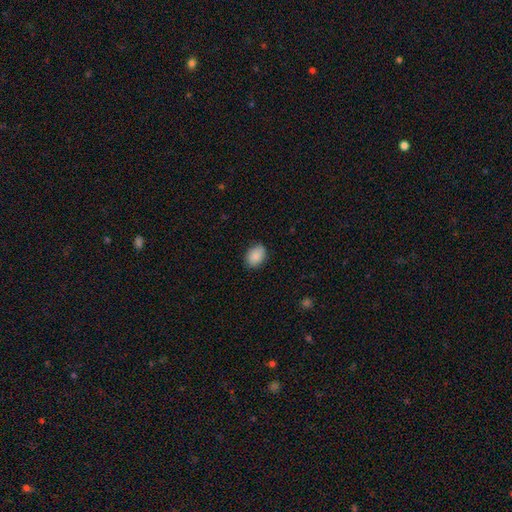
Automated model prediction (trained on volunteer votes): Smooth or featured? smooth (89%)
How rounded? in between (73%)
Merging? none (84%)